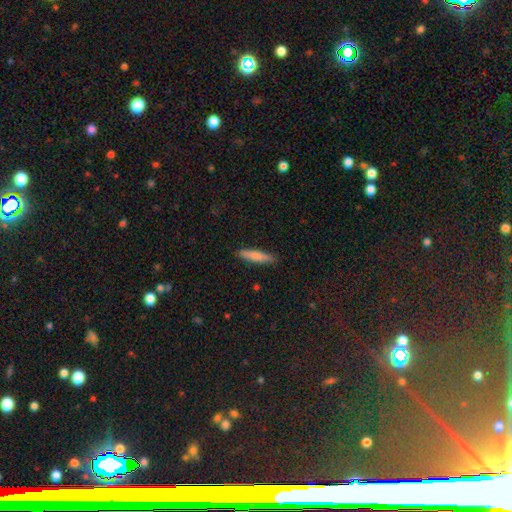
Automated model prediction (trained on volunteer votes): smooth-or-featured: smooth: 80% | featured or disk: 14% | star or artifact: 6%
  how-rounded: cigar-shaped: 84% | in between: 14% | round: 1%
  merging: none: 89% | minor disturbance: 8% | major disturbance: 2% | merger: 1%